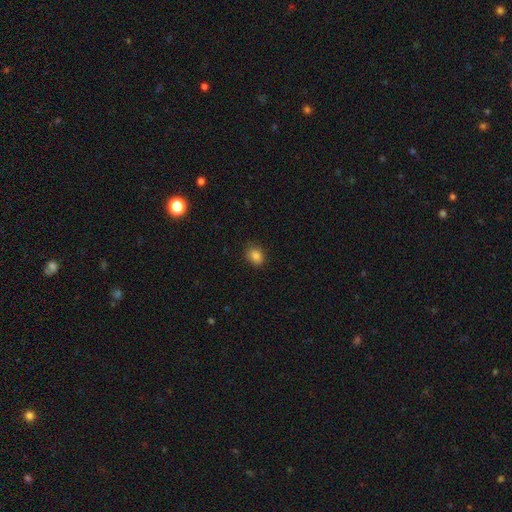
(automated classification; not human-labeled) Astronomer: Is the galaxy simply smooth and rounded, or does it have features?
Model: smooth — 85%.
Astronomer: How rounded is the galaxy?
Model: in between — 57% (runner-up: round, 42%).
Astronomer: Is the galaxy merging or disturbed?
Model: none — 85%.